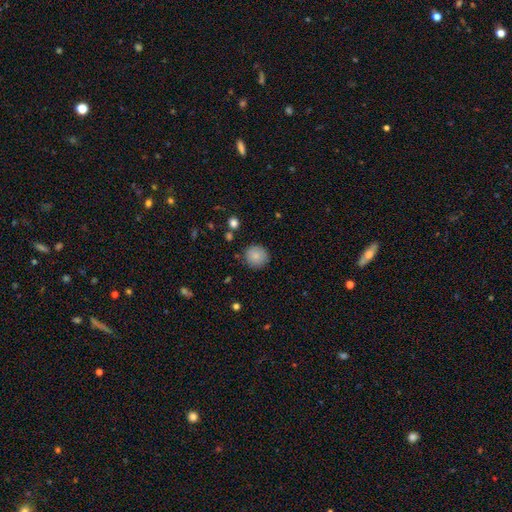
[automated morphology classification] Smooth or featured? smooth (85%)
How rounded? round (92%)
Merging? none (87%)